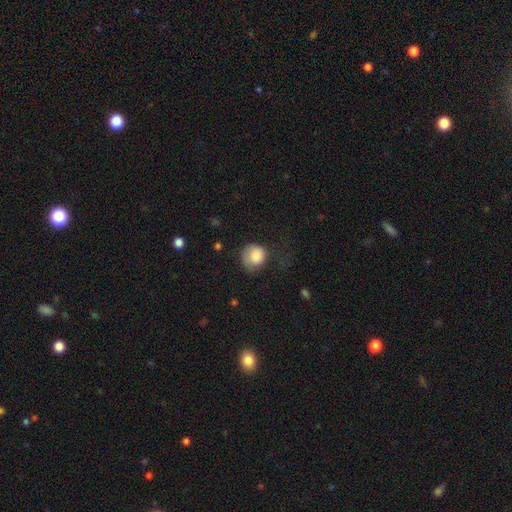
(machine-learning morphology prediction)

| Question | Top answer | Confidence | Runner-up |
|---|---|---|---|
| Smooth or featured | smooth | 82% | featured or disk (12%) |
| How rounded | round | 77% | in between (22%) |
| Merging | none | 42% | minor disturbance (28%) |